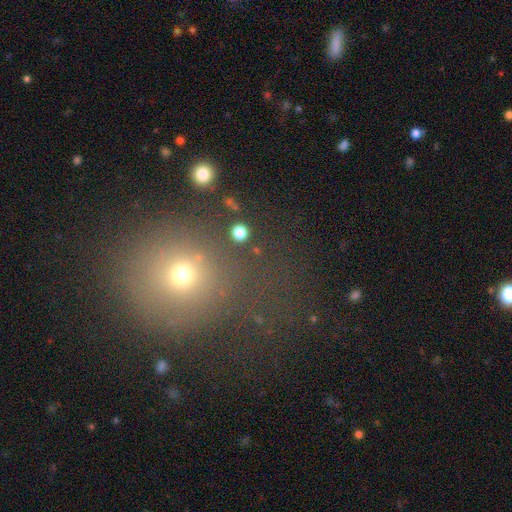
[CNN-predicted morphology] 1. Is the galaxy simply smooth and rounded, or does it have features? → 57% smooth, 31% star or artifact, 12% featured or disk.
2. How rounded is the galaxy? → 84% round, 15% in between, 1% cigar-shaped.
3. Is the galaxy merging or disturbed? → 63% none, 17% minor disturbance, 15% major disturbance, 5% merger.